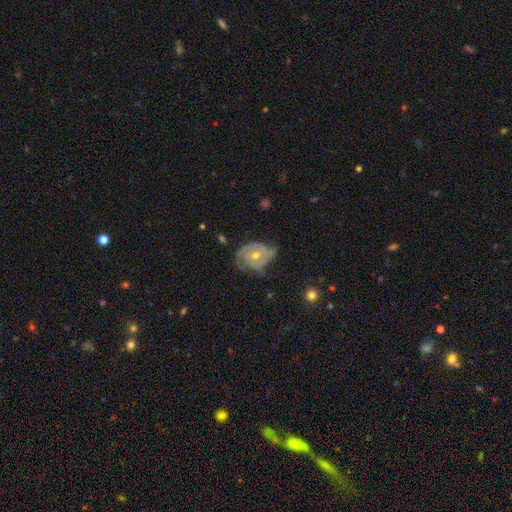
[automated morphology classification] smooth_or_featured: featured or disk (p=0.75) [alt: smooth p=0.18]
disk_edge_on: no (p=0.97) [alt: yes p=0.03]
bar: no (p=0.72) [alt: weak p=0.23]
has_spiral_arms: yes (p=0.83) [alt: no p=0.17]
spiral_winding: tight (p=0.59) [alt: medium p=0.31]
spiral_arm_count: 2 (p=0.40) [alt: can't tell p=0.29]
bulge_size: moderate (p=0.64) [alt: small p=0.32]
merging: none (p=0.53) [alt: minor disturbance p=0.30]